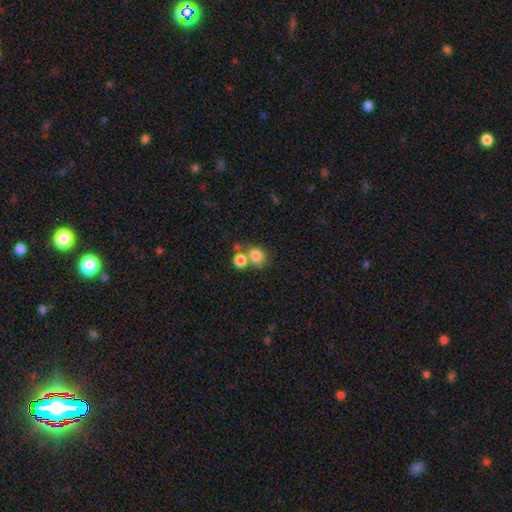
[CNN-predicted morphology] This is clearly a smooth galaxy (81%). How rounded: likely round (73%). Merging: possibly none (51%).